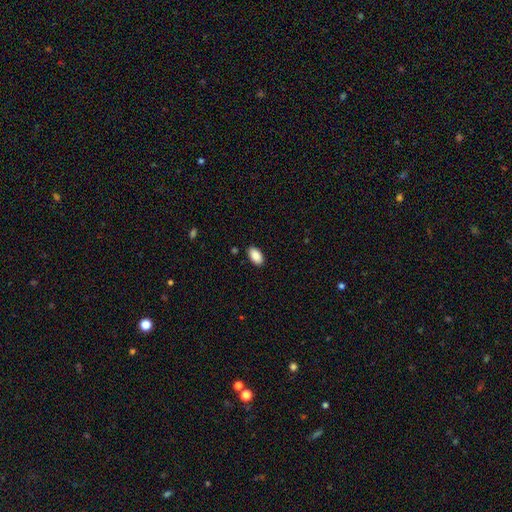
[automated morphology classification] This is clearly a smooth galaxy (88%). How rounded: clearly in between (94%). Merging: clearly none (89%).